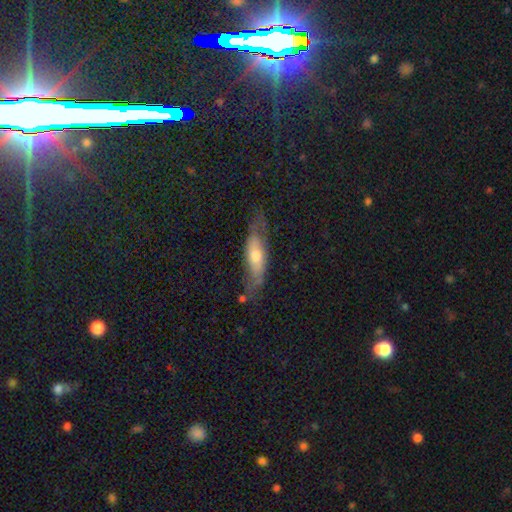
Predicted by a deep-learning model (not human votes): Smooth or featured? featured or disk (47%)
Merging? none (62%)